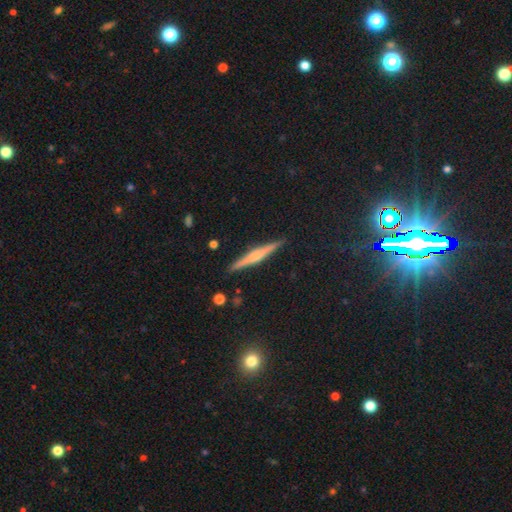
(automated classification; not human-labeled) A featured or disk galaxy (60%) viewed edge-on (98%) with a rounded central bulge (59%).

Vote fractions:
- Smooth or featured? featured or disk: 60% / smooth: 31% / star or artifact: 8%
- Edge-on disk? yes: 98% / no: 2%
- Edge-on bulge? rounded: 59% / none: 22% / boxy: 19%
- Merging? none: 91% / minor disturbance: 6% / major disturbance: 1% / merger: 1%